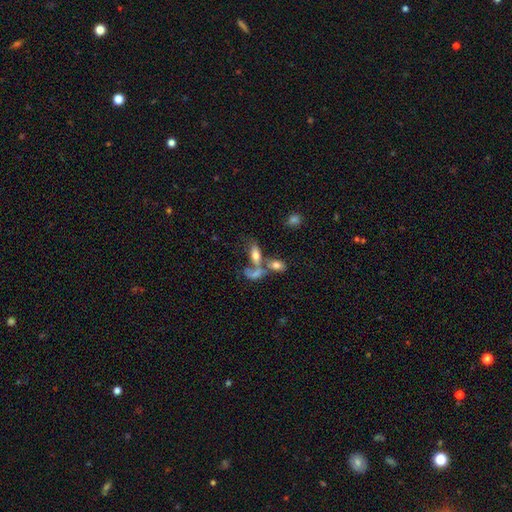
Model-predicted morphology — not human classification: This appears to be a smooth galaxy with no disk features (62%) that is in between round and cigar-shaped (76%). Merging: merger (48%).